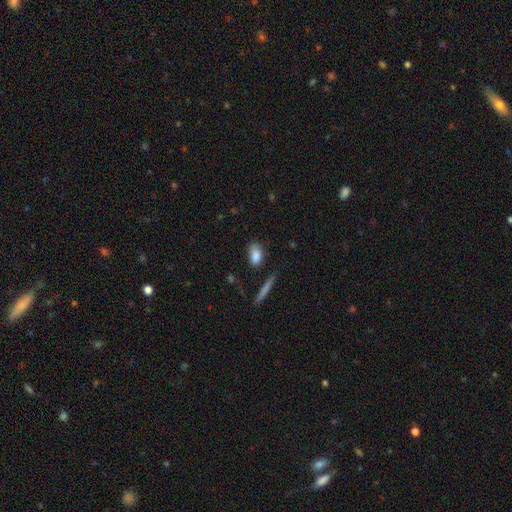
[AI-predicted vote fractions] Smooth or featured: smooth — 84% (featured or disk — 9%)
How rounded: in between — 83% (round — 10%)
Merging: none — 66% (minor disturbance — 23%)